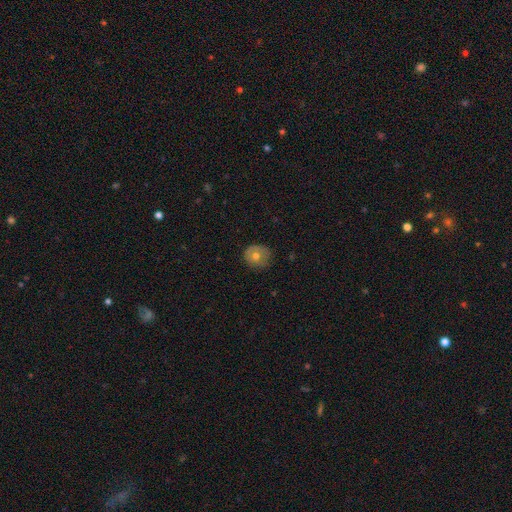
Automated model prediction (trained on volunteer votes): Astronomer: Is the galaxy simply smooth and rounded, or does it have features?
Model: smooth — 58% (runner-up: featured or disk, 34%).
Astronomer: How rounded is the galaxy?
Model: round — 84%.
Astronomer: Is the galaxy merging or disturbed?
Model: none — 73%.